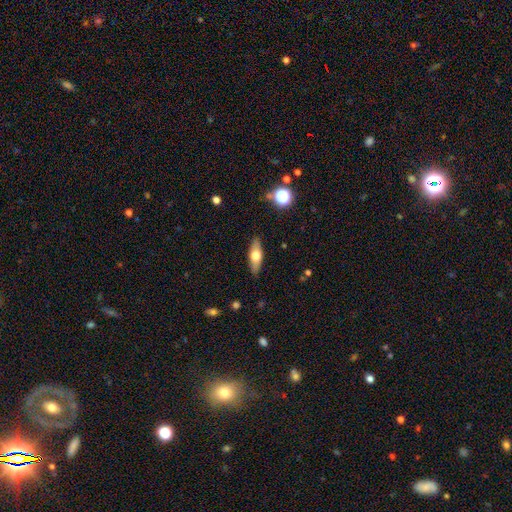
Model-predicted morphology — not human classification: Q: Smooth or featured?
A: smooth (54%); runner-up: featured or disk (39%)
Q: How rounded?
A: in between (59%); runner-up: cigar-shaped (37%)
Q: Merging?
A: none (87%); runner-up: minor disturbance (9%)